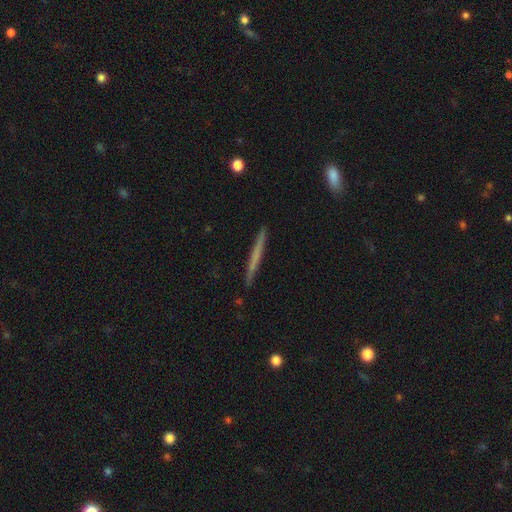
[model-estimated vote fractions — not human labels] Q: Smooth or featured?
A: smooth (49%); runner-up: featured or disk (45%)
Q: Merging?
A: none (91%); runner-up: minor disturbance (6%)